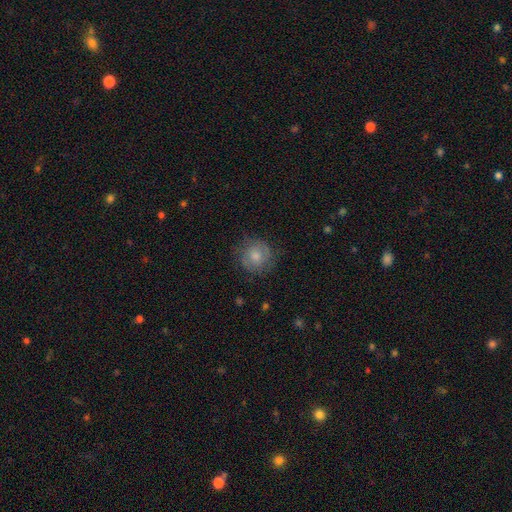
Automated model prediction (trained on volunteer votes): smooth_or_featured: smooth (p=0.59) [alt: featured or disk p=0.32]
how_rounded: round (p=0.88) [alt: in between p=0.11]
merging: none (p=0.72) [alt: minor disturbance p=0.19]